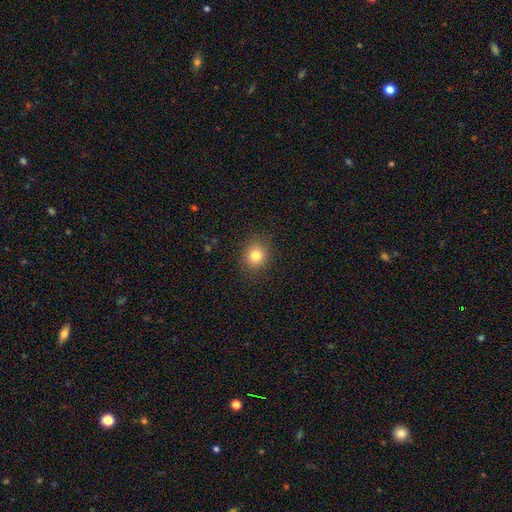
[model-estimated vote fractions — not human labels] smooth-or-featured: smooth: 81% | star or artifact: 12% | featured or disk: 8%
  how-rounded: round: 79% | in between: 20% | cigar-shaped: 1%
  merging: none: 87% | minor disturbance: 9% | major disturbance: 3% | merger: 1%